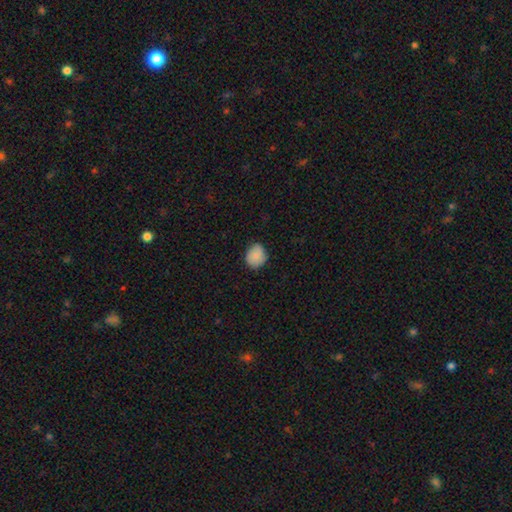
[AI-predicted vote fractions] smooth-or-featured: smooth: 84% | star or artifact: 8% | featured or disk: 7%
  how-rounded: round: 70% | in between: 29% | cigar-shaped: 1%
  merging: none: 76% | minor disturbance: 20% | major disturbance: 3% | merger: 1%